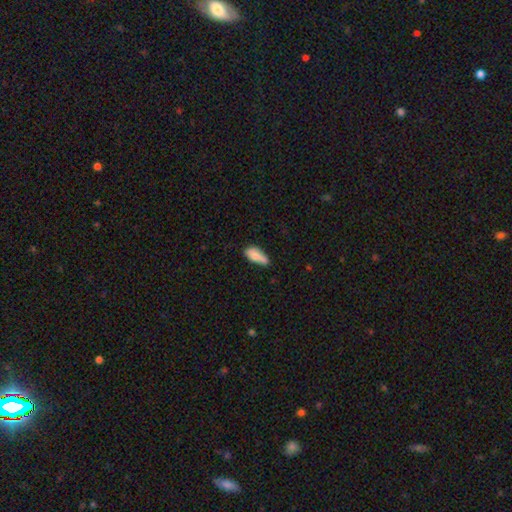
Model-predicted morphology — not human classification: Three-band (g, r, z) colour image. It shows a smooth galaxy with no disk features (77%) that is in between round and cigar-shaped (78%). Merging: none (47%).